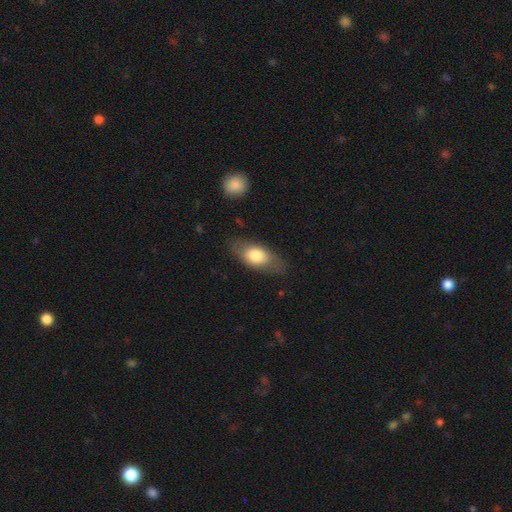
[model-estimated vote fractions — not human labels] Overall: smooth (71%). How rounded: in between (85%). Merging: none (77%).